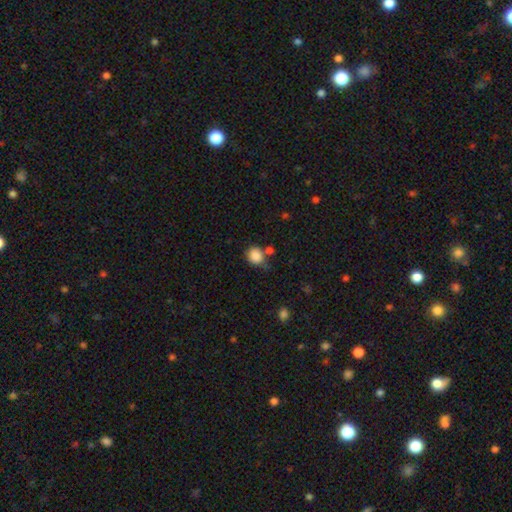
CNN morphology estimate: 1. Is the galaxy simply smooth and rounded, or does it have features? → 86% smooth, 9% star or artifact, 4% featured or disk.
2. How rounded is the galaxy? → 76% round, 23% in between, 1% cigar-shaped.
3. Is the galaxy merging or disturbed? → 60% none, 18% minor disturbance, 15% merger, 6% major disturbance.